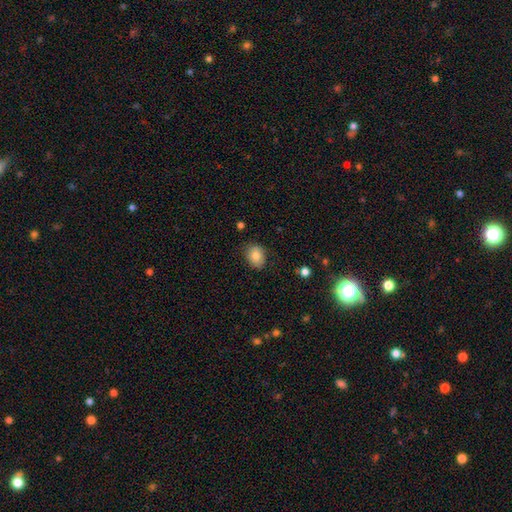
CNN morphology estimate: This appears to be a smooth galaxy with no disk features (80%) that is in between round and cigar-shaped (52%). Merging: none (80%).